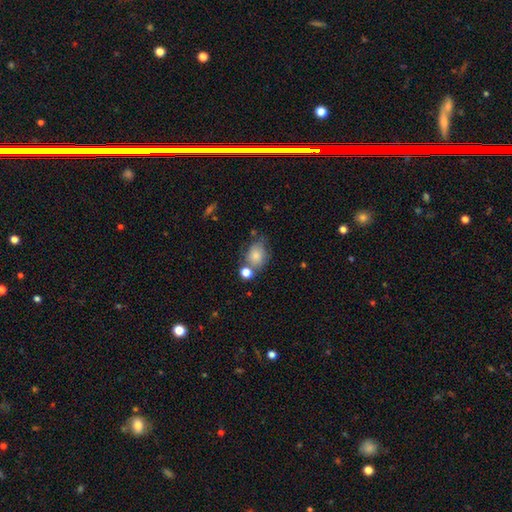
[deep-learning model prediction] Smooth or featured? Predicted: smooth (p=0.76). How rounded? Predicted: in between (p=0.55). Merging? Predicted: none (p=0.49).